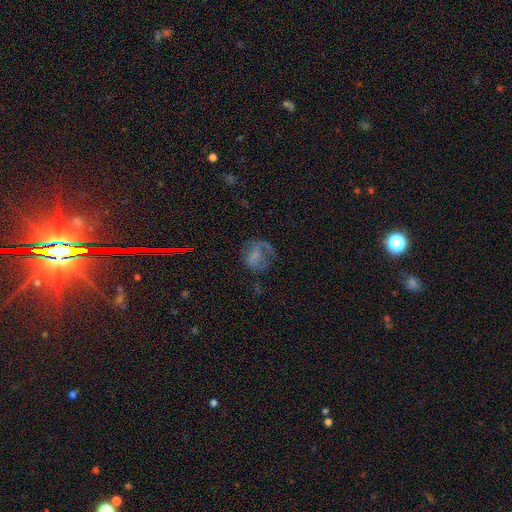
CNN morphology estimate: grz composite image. It shows a smooth galaxy with no disk features (44%). Merging: none (40%).